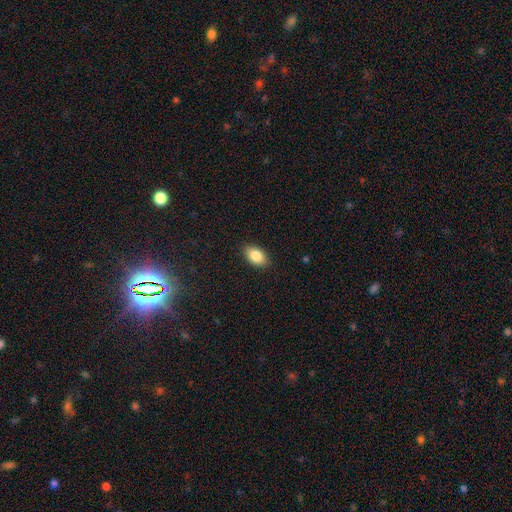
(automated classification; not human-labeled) Smooth or featured: smooth — 86% (star or artifact — 7%)
How rounded: in between — 91% (round — 7%)
Merging: none — 88% (minor disturbance — 9%)